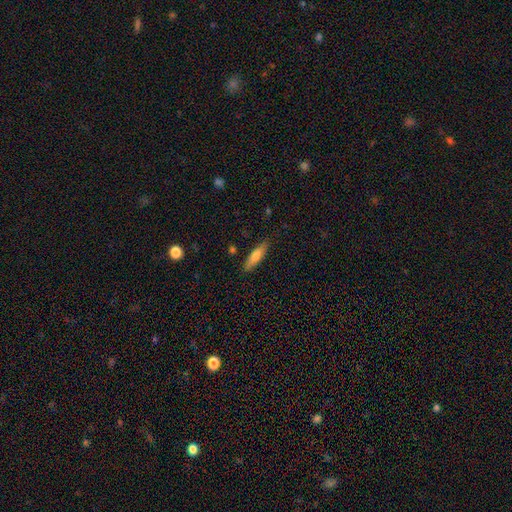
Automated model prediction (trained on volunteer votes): Smooth or featured?
  - smooth: 72% *
  - featured or disk: 21%
  - star or artifact: 6%
How rounded?
  - cigar-shaped: 69% *
  - in between: 29%
  - round: 2%
Merging?
  - none: 85% *
  - minor disturbance: 11%
  - major disturbance: 2%
  - merger: 2%